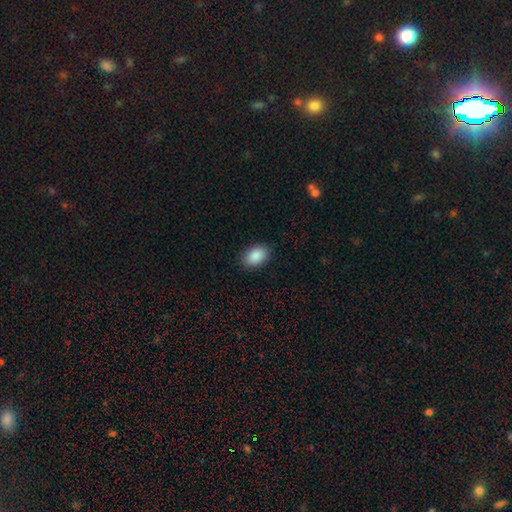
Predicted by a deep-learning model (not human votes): This is clearly a smooth galaxy (90%). How rounded: clearly in between (88%). Merging: clearly none (89%).